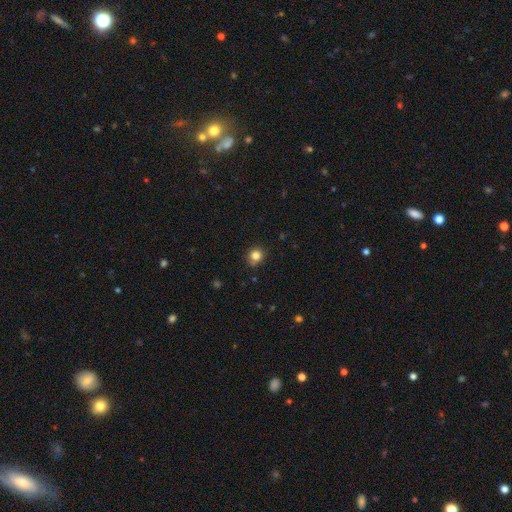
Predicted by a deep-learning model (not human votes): Smooth or featured? Predicted: smooth (p=0.82). How rounded? Predicted: round (p=0.87). Merging? Predicted: none (p=0.84).